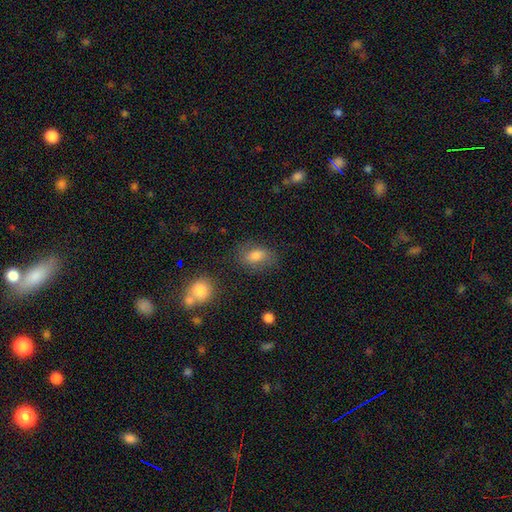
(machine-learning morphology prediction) The model was most divided on "merging": none: 72%, minor disturbance: 18%, major disturbance: 7%, merger: 3%. More confident: how rounded — in between (79%); smooth or featured — smooth (76%).